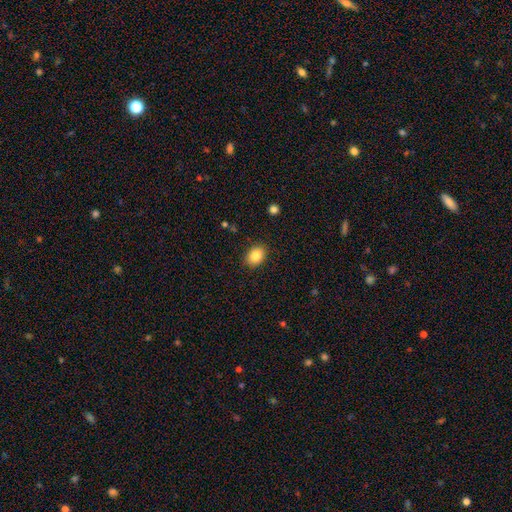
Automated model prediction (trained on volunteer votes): Overall: smooth (85%). How rounded: in between (71%). Merging: none (88%).